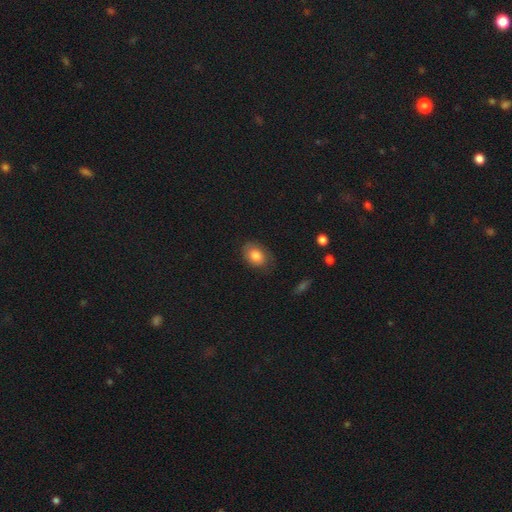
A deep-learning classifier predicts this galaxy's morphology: The model was most divided on "merging": none: 72%, minor disturbance: 20%, major disturbance: 7%, merger: 1%. More confident: how rounded — in between (77%); smooth or featured — smooth (75%).